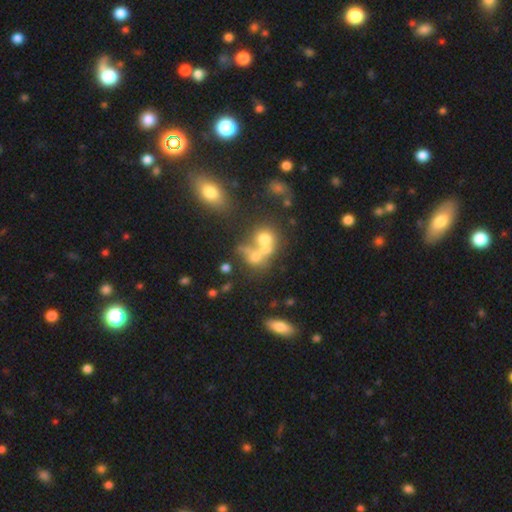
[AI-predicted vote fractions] Smooth or featured: smooth — 57% (featured or disk — 25%)
How rounded: round — 63% (in between — 36%)
Merging: merger — 54% (none — 29%)